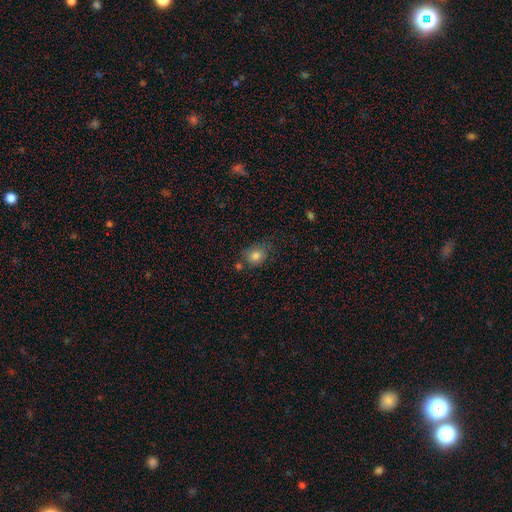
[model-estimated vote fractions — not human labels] smooth 81%, star or artifact 10%, featured or disk 8%. Down the decision tree: how rounded — round (57%); merging — none (65%).